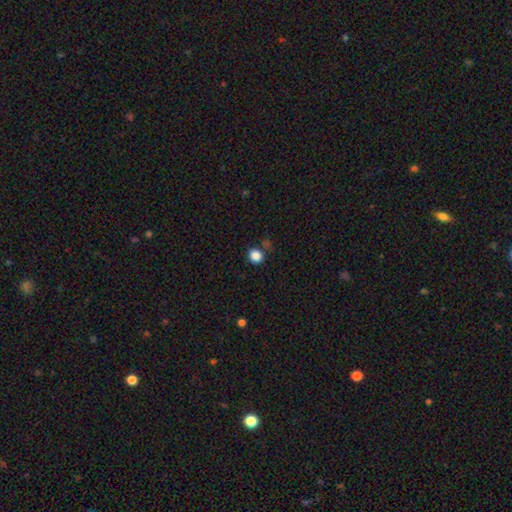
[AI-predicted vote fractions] Smooth or featured: smooth — 86% (star or artifact — 11%)
How rounded: round — 78% (in between — 22%)
Merging: none — 82% (minor disturbance — 9%)